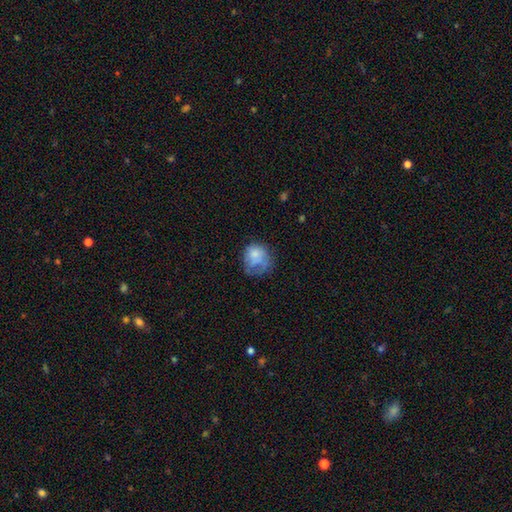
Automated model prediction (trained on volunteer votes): Q: Smooth or featured?
A: smooth (68%); runner-up: featured or disk (23%)
Q: How rounded?
A: round (72%); runner-up: in between (27%)
Q: Merging?
A: none (43%); runner-up: minor disturbance (28%)